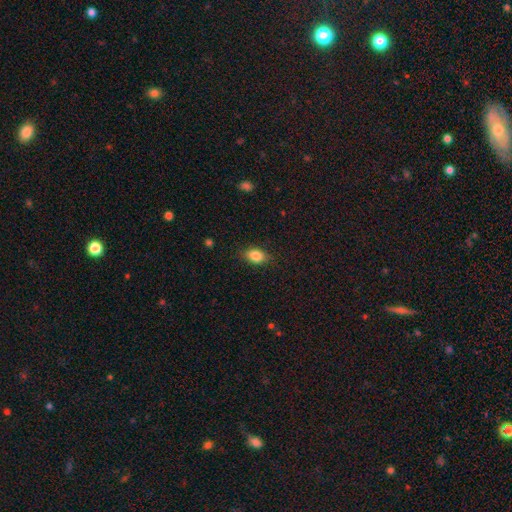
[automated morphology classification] Q: Smooth or featured?
A: smooth (86%); runner-up: star or artifact (8%)
Q: How rounded?
A: in between (79%); runner-up: round (18%)
Q: Merging?
A: none (83%); runner-up: minor disturbance (13%)